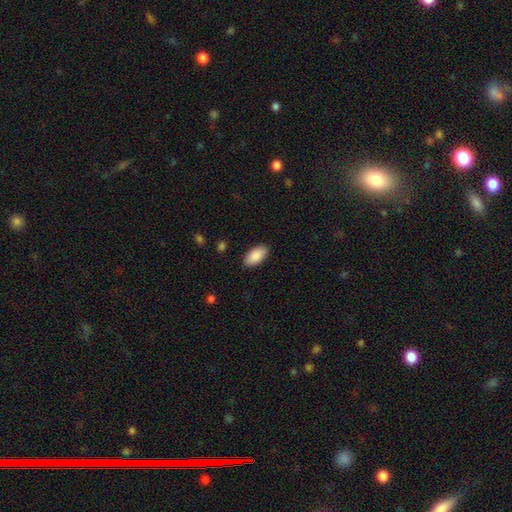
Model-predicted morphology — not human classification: The model was most divided on "merging": none: 88%, minor disturbance: 8%, major disturbance: 2%, merger: 1%. More confident: how rounded — in between (95%); smooth or featured — smooth (89%).